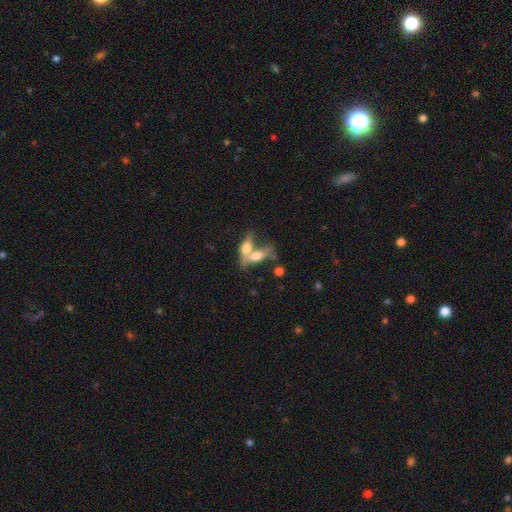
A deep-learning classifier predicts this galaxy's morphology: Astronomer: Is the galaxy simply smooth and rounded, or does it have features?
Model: smooth — 60%.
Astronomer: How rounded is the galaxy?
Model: in between — 72%.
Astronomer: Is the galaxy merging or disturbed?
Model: merger — 66%.